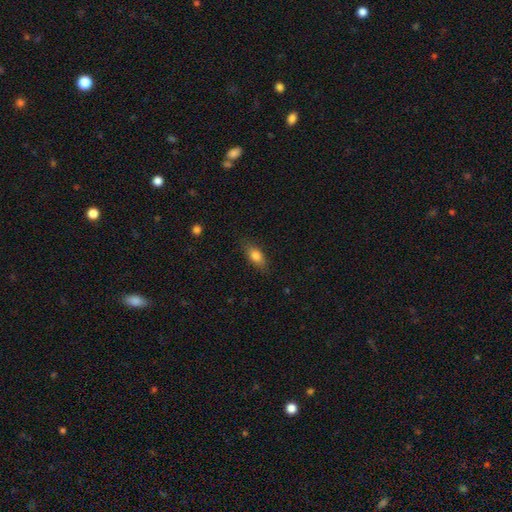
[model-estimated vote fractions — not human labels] A smooth galaxy with no disk features (79%) that is in between round and cigar-shaped (79%).

Vote fractions:
- Smooth or featured? smooth: 79% / featured or disk: 13% / star or artifact: 8%
- How rounded? in between: 79% / cigar-shaped: 15% / round: 6%
- Merging? none: 81% / minor disturbance: 14% / major disturbance: 3% / merger: 1%